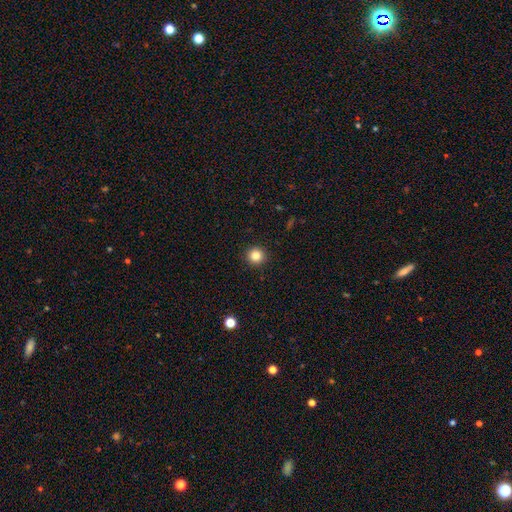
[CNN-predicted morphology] Overall: smooth (83%). How rounded: round (94%). Merging: none (93%).